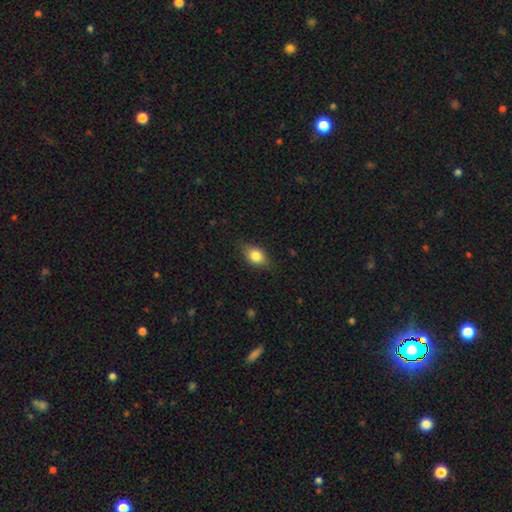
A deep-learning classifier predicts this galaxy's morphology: A smooth galaxy with no disk features (80%) that is in between round and cigar-shaped (70%). Merging: none (78%).